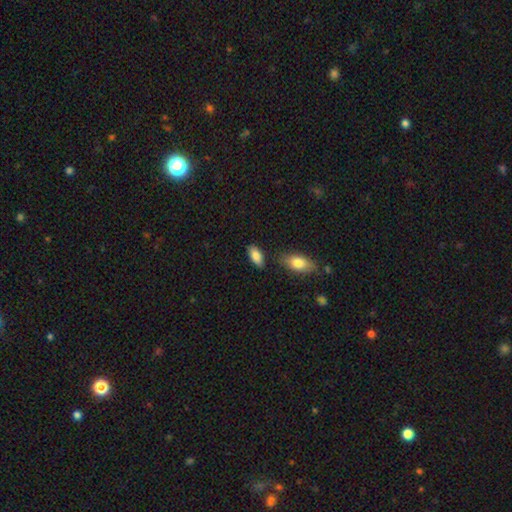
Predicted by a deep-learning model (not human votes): A smooth galaxy with no disk features (85%) that is in between round and cigar-shaped (89%). Merging: none (81%).